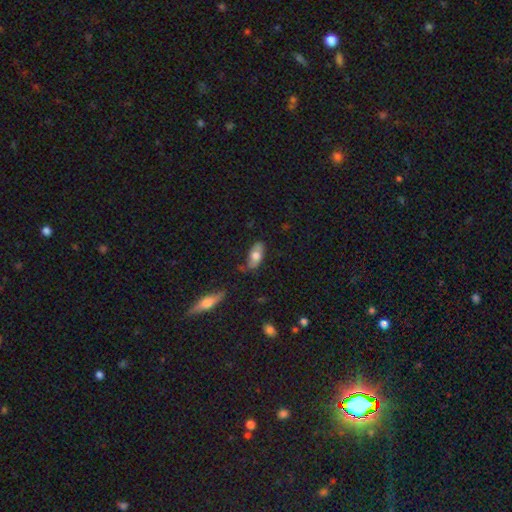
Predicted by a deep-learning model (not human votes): smooth_or_featured: smooth (p=0.62) [alt: featured or disk p=0.31]
how_rounded: in between (p=0.85) [alt: cigar-shaped p=0.11]
merging: none (p=0.67) [alt: minor disturbance p=0.24]